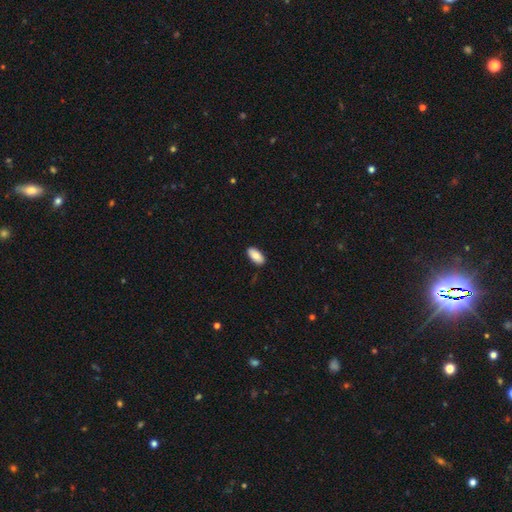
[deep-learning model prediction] Smooth or featured: smooth — 86% (featured or disk — 8%)
How rounded: in between — 93% (cigar-shaped — 5%)
Merging: none — 88% (minor disturbance — 9%)